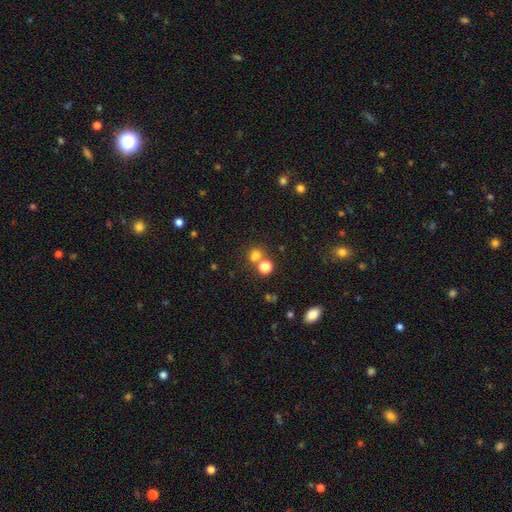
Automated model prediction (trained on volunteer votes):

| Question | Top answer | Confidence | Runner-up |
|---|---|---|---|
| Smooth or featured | smooth | 71% | star or artifact (21%) |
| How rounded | round | 76% | in between (23%) |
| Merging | none | 59% | merger (29%) |